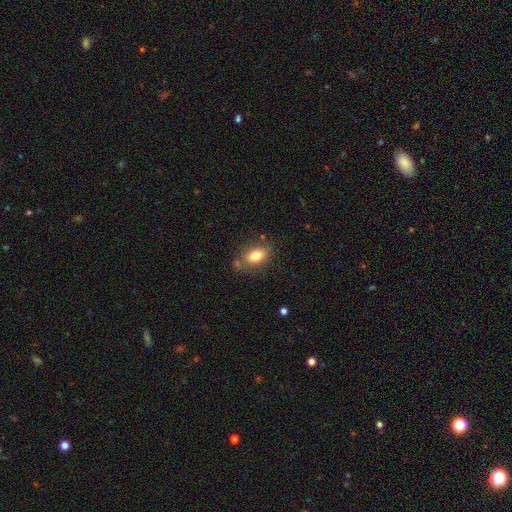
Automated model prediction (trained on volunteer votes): Smooth or featured? Predicted: smooth (p=0.80). How rounded? Predicted: in between (p=0.82). Merging? Predicted: none (p=0.74).